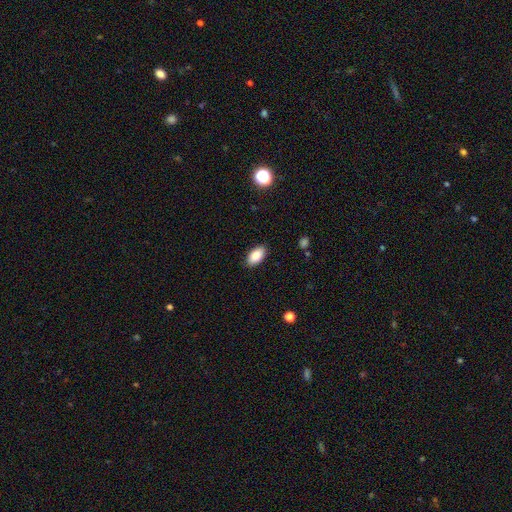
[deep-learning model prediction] smooth-or-featured: smooth: 86% | star or artifact: 7% | featured or disk: 6%
  how-rounded: in between: 94% | round: 4% | cigar-shaped: 2%
  merging: none: 88% | minor disturbance: 9% | major disturbance: 2% | merger: 1%